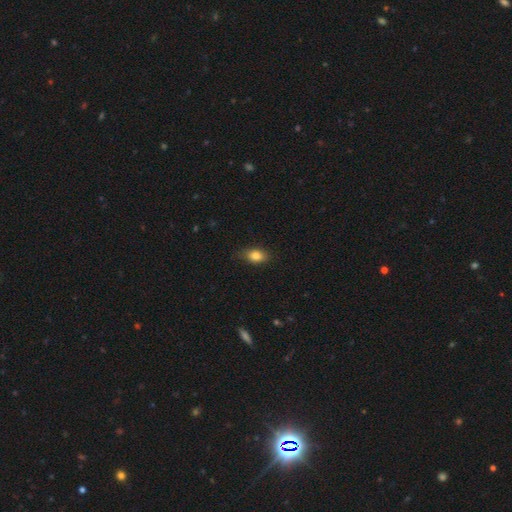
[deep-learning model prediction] smooth_or_featured: smooth (p=0.83) [alt: star or artifact p=0.09]
how_rounded: in between (p=0.82) [alt: round p=0.15]
merging: none (p=0.79) [alt: minor disturbance p=0.17]